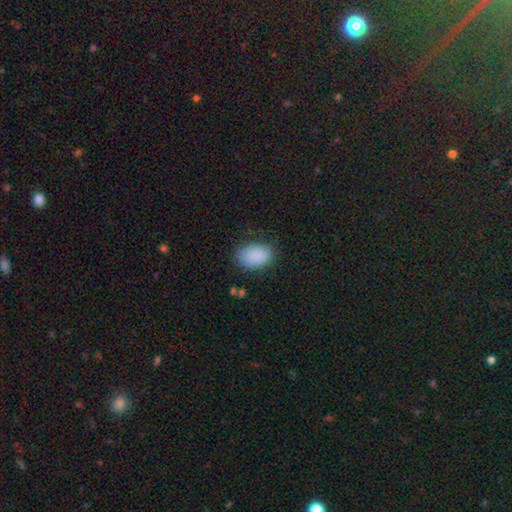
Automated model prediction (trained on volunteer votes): Smooth or featured? Predicted: smooth (p=0.89). How rounded? Predicted: in between (p=0.86). Merging? Predicted: none (p=0.79).